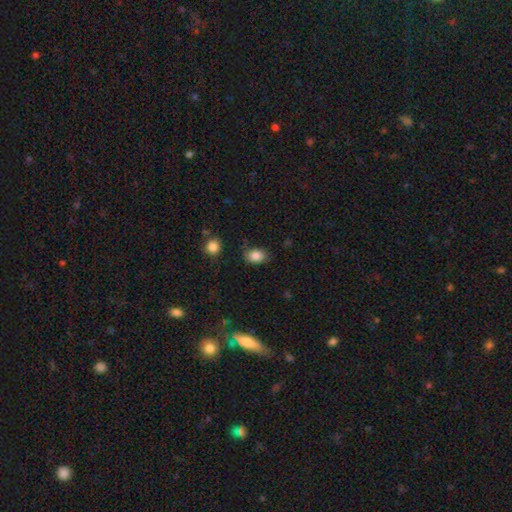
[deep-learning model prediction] Smooth or featured? smooth (86%)
How rounded? in between (73%)
Merging? none (74%)